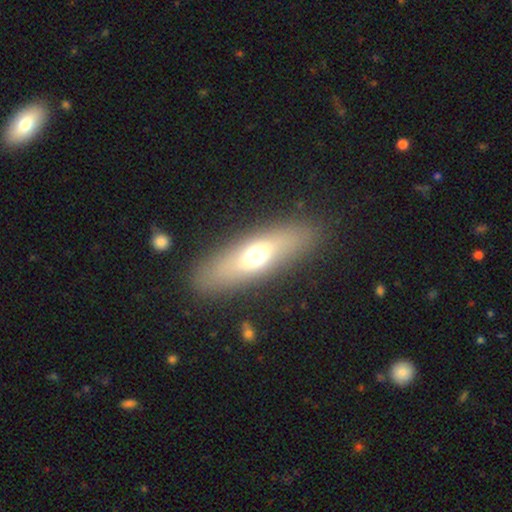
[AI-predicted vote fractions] smooth 56%, featured or disk 36%, star or artifact 8%. Down the decision tree: how rounded — in between (53%); merging — none (86%).